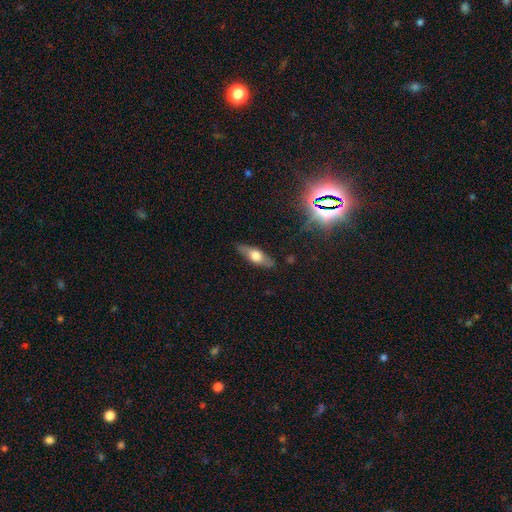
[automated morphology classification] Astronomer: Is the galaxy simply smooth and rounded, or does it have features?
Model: smooth — 49% (runner-up: featured or disk, 43%).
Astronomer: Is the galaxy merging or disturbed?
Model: none — 85%.